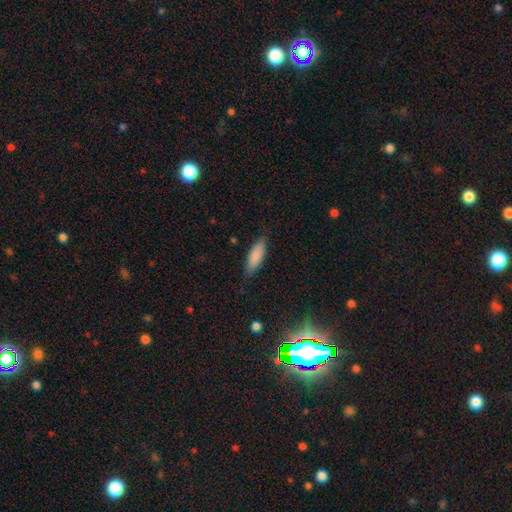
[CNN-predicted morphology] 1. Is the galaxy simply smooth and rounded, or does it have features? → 86% smooth, 8% featured or disk, 6% star or artifact.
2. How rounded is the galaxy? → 57% in between, 41% cigar-shaped, 2% round.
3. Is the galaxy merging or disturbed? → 83% none, 13% minor disturbance, 3% major disturbance, 1% merger.